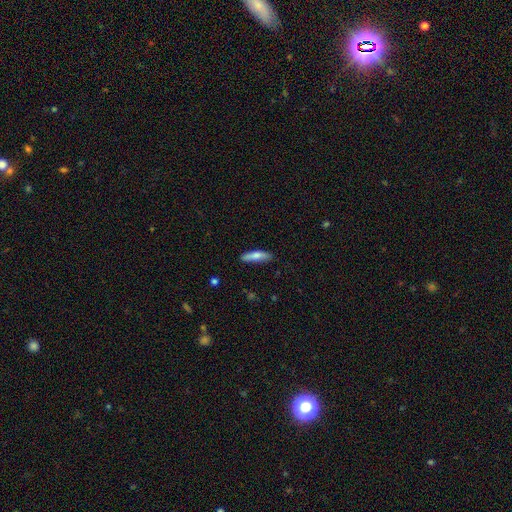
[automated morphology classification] This is likely a smooth galaxy (72%). How rounded: likely cigar-shaped (74%). Merging: clearly none (85%).